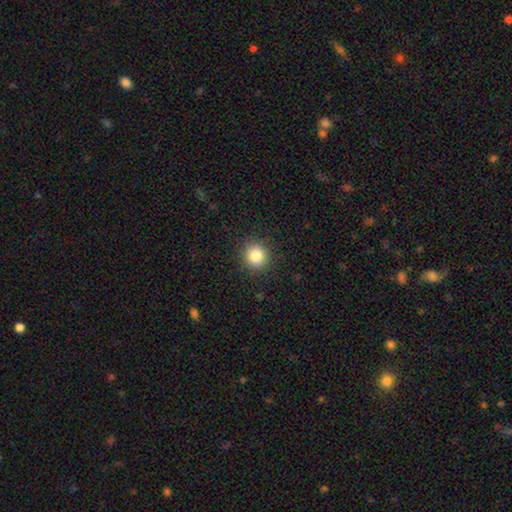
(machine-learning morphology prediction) type=smooth (84%); roundness=round (92%); merging=none (91%).